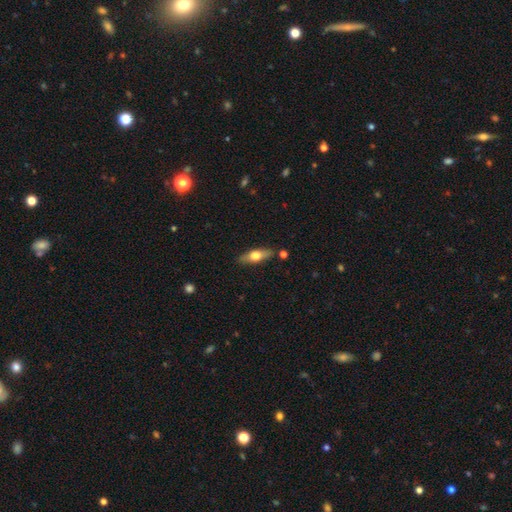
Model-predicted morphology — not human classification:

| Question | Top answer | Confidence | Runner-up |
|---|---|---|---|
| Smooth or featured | smooth | 56% | featured or disk (38%) |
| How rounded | in between | 58% | cigar-shaped (38%) |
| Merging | none | 83% | minor disturbance (11%) |